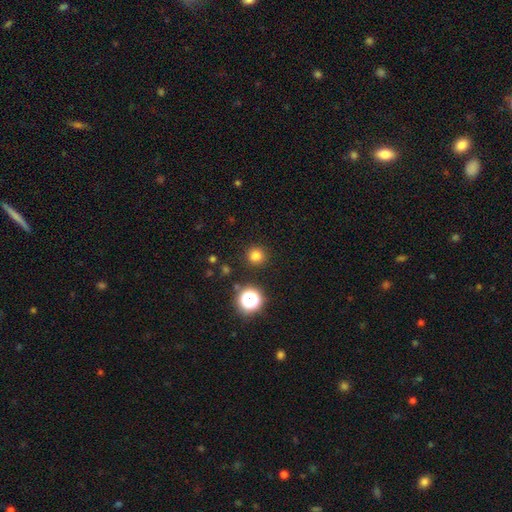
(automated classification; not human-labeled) Smooth or featured? smooth (79%)
How rounded? round (94%)
Merging? none (89%)